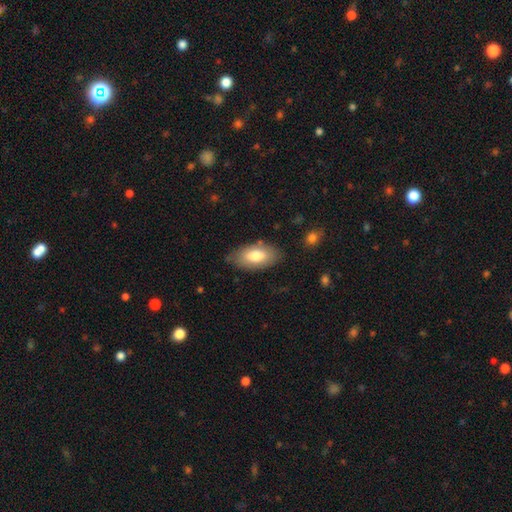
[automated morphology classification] smooth-or-featured: smooth: 77% | featured or disk: 16% | star or artifact: 6%
  how-rounded: in between: 93% | cigar-shaped: 4% | round: 3%
  merging: none: 78% | minor disturbance: 16% | major disturbance: 4% | merger: 2%